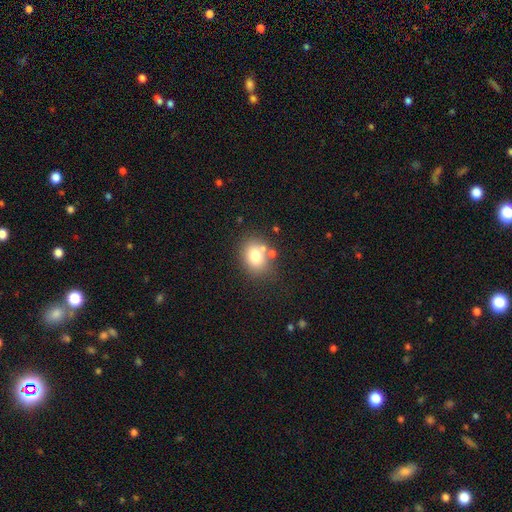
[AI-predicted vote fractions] Q: Smooth or featured?
A: smooth (76%); runner-up: featured or disk (12%)
Q: How rounded?
A: round (50%); runner-up: in between (49%)
Q: Merging?
A: none (68%); runner-up: minor disturbance (14%)